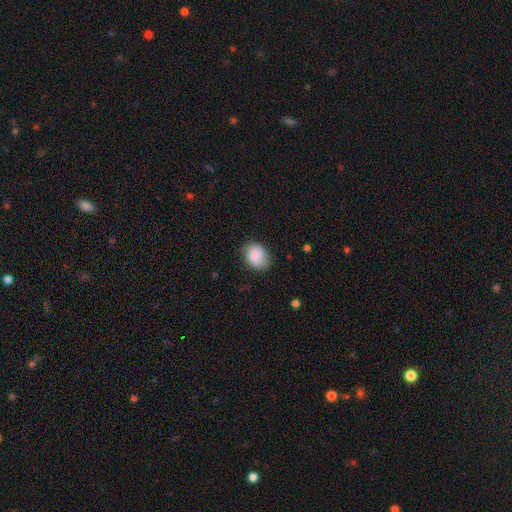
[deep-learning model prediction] smooth-or-featured: smooth: 85% | featured or disk: 7% | star or artifact: 7%
  how-rounded: in between: 55% | round: 44% | cigar-shaped: 1%
  merging: none: 74% | minor disturbance: 20% | major disturbance: 5% | merger: 1%